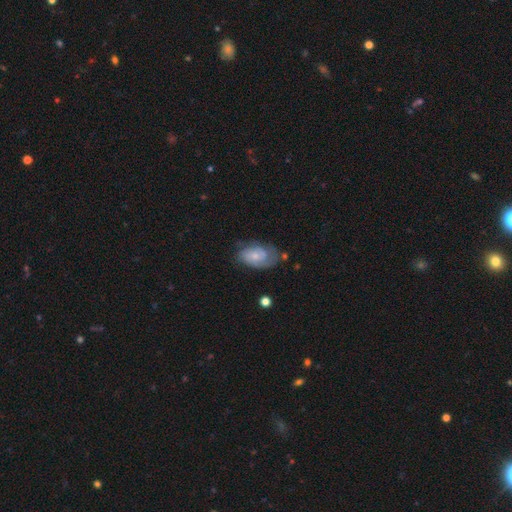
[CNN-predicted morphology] The model was most divided on "spiral arm count": 2: 45%, can't tell: 33%, 1: 9%, 3: 8%, 4: 2%, more than 4: 2%. More confident: edge-on disk — no (96%); spiral arms — yes (85%); bar — no (71%); bulge size — small (64%); smooth or featured — featured or disk (62%); merging — none (61%); spiral winding — tight (54%).